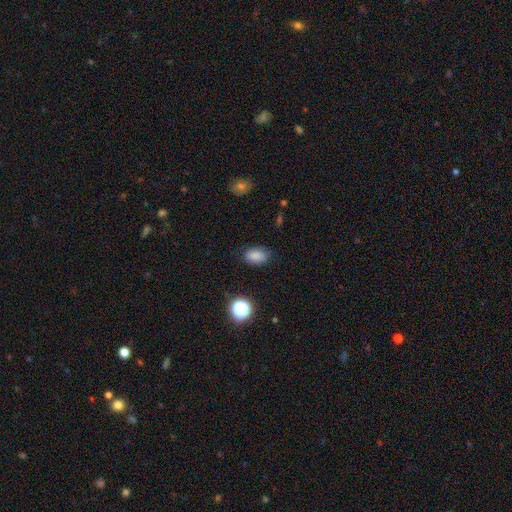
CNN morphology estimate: Smooth or featured: smooth — 84% (star or artifact — 11%)
How rounded: in between — 86% (round — 13%)
Merging: none — 81% (minor disturbance — 14%)